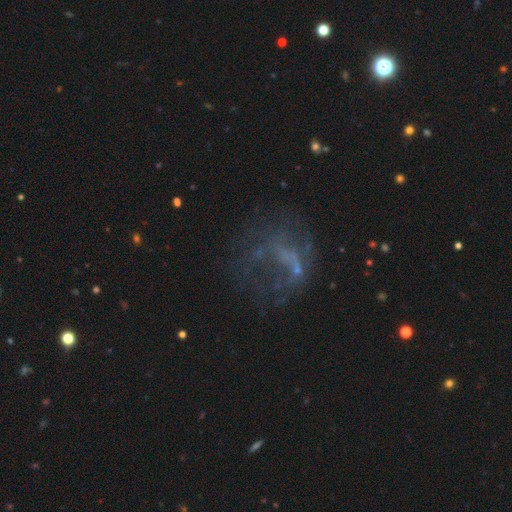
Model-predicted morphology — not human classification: featured or disk 46%, star or artifact 33%, smooth 21%. Down the decision tree: merging — none (42%).